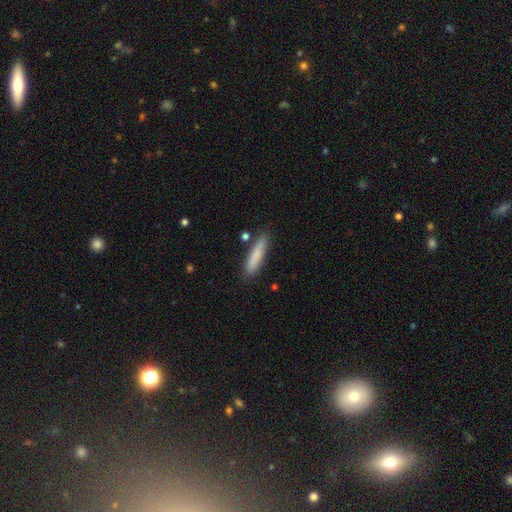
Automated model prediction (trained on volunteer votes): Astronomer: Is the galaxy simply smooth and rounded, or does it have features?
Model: smooth — 82%.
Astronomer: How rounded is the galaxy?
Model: cigar-shaped — 85%.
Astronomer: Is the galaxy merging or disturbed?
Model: none — 84%.